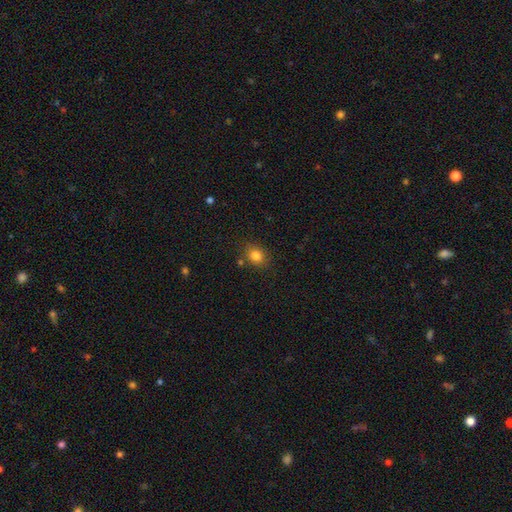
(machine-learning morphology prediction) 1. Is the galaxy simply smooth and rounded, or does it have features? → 82% smooth, 12% star or artifact, 6% featured or disk.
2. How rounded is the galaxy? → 54% round, 45% in between, 1% cigar-shaped.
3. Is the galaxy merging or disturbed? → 81% none, 11% minor disturbance, 5% merger, 3% major disturbance.